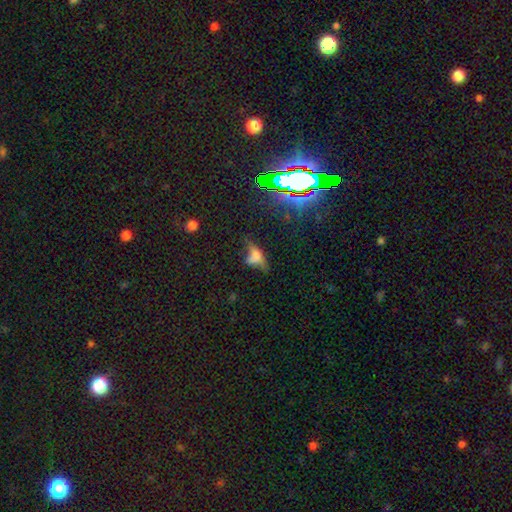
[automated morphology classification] Smooth or featured? smooth (39%)
Merging? none (36%)